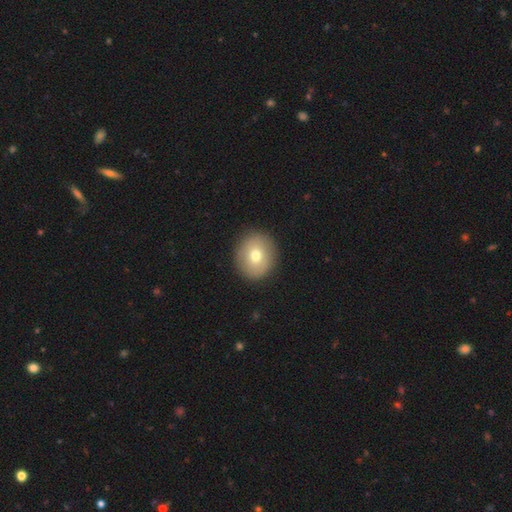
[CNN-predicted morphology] Smooth or featured? Predicted: smooth (p=0.72). How rounded? Predicted: round (p=0.79). Merging? Predicted: none (p=0.90).